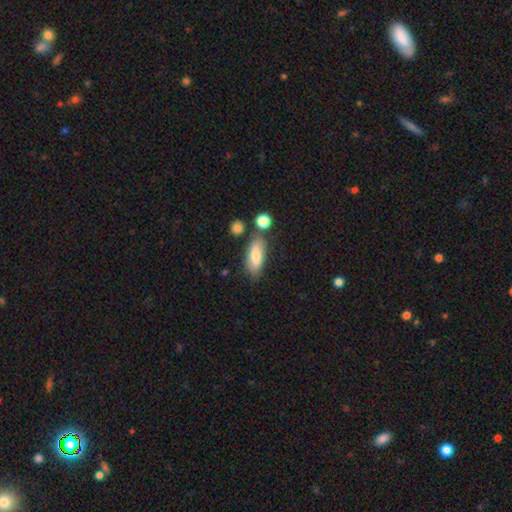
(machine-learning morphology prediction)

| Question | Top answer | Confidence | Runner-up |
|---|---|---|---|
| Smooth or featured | smooth | 75% | featured or disk (18%) |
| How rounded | in between | 68% | cigar-shaped (29%) |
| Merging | none | 70% | minor disturbance (16%) |